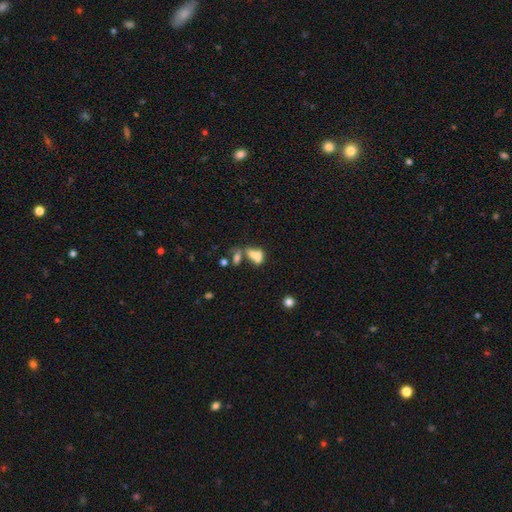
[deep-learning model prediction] Smooth or featured?
  - smooth: 61% *
  - featured or disk: 26%
  - star or artifact: 14%
How rounded?
  - in between: 75% *
  - round: 17%
  - cigar-shaped: 8%
Merging?
  - merger: 62% *
  - none: 19%
  - major disturbance: 11%
  - minor disturbance: 9%